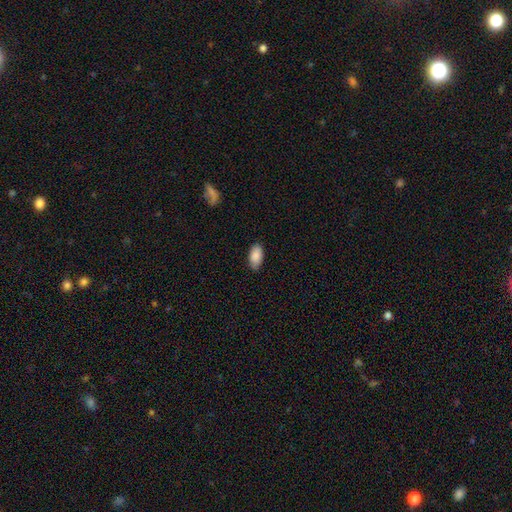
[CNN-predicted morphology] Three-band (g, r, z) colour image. It shows a smooth galaxy with no disk features (88%) that is in between round and cigar-shaped (95%). Merging: none (82%).